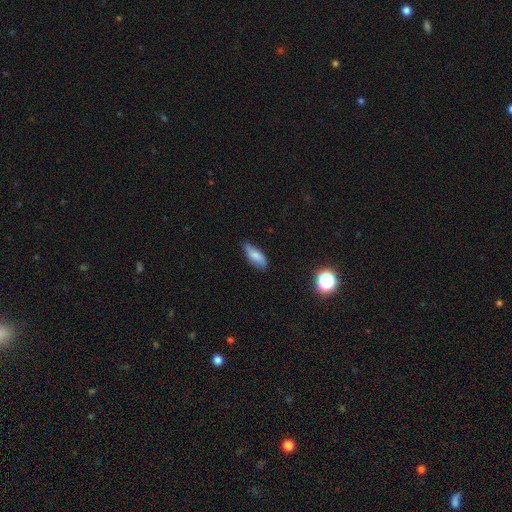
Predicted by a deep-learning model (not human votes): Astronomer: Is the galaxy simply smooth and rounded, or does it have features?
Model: smooth — 73%.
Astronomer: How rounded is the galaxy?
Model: in between — 73%.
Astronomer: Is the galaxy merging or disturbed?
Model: none — 69%.